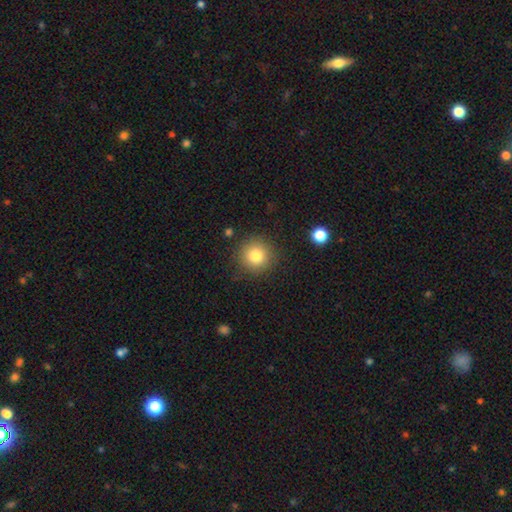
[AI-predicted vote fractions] Smooth or featured? smooth (81%)
How rounded? round (95%)
Merging? none (88%)